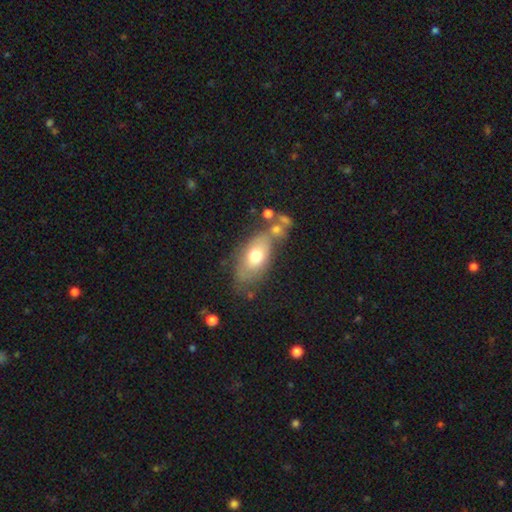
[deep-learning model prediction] smooth 66%, featured or disk 27%, star or artifact 8%. Down the decision tree: how rounded — in between (86%); merging — none (51%).